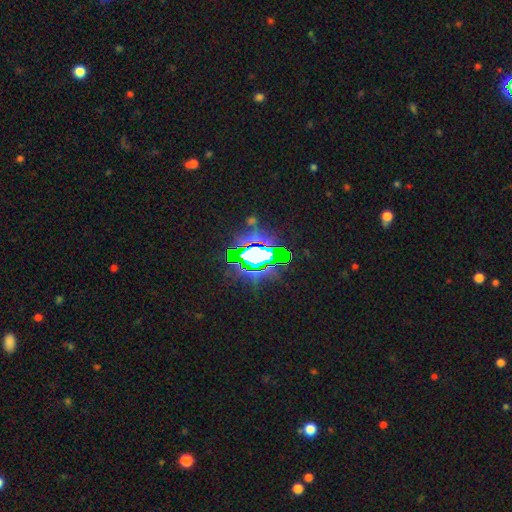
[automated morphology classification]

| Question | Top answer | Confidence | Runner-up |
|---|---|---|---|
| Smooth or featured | star or artifact | 67% | smooth (17%) |